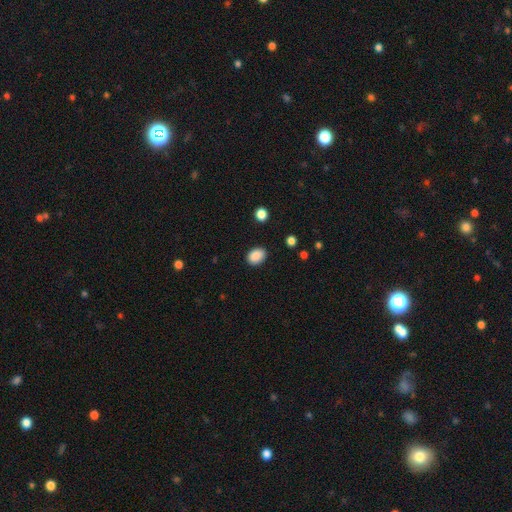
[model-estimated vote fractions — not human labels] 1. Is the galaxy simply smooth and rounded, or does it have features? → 88% smooth, 8% star or artifact, 3% featured or disk.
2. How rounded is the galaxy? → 72% in between, 27% round, 1% cigar-shaped.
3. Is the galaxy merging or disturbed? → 85% none, 11% minor disturbance, 3% major disturbance, 1% merger.